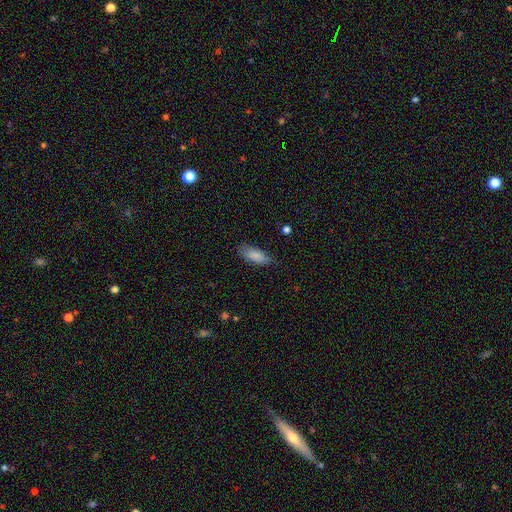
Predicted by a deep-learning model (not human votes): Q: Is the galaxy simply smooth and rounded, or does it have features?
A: smooth — 85%.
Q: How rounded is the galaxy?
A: in between — 77%.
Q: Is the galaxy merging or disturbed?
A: none — 73%.